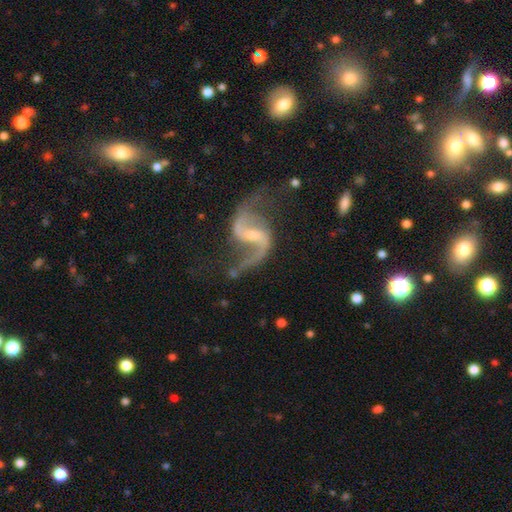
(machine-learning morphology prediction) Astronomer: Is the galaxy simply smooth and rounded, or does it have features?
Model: featured or disk — 92%.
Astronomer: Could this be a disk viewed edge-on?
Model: no — 98%.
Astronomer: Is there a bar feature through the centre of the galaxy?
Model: weak — 45% (runner-up: strong, 32%).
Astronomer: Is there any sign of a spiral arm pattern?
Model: yes — 98%.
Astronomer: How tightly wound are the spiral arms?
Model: loose — 76%.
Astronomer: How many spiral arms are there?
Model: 2 — 94%.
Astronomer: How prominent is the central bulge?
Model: small — 66%.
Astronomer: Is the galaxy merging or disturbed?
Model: none — 73%.